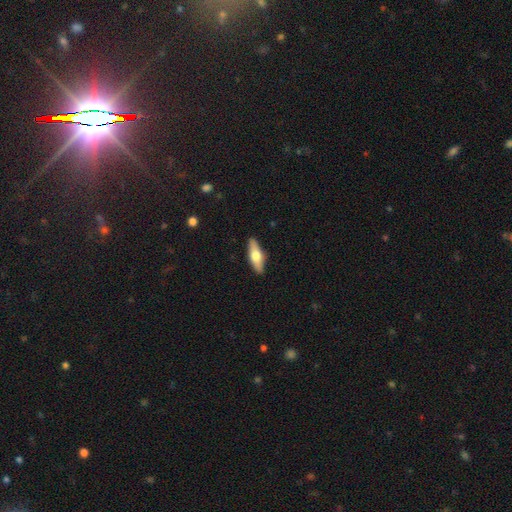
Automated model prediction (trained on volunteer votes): Overall: smooth (53%; featured or disk 42%). How rounded: in between (54%; cigar-shaped 44%). Merging: none (89%).